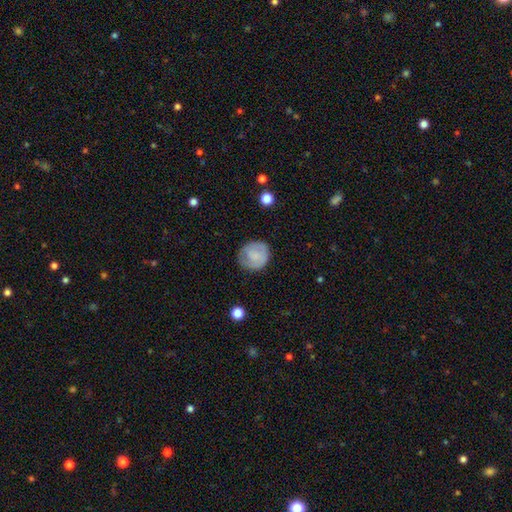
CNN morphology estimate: Smooth or featured: smooth — 69% (featured or disk — 24%)
How rounded: round — 87% (in between — 12%)
Merging: none — 76% (minor disturbance — 17%)